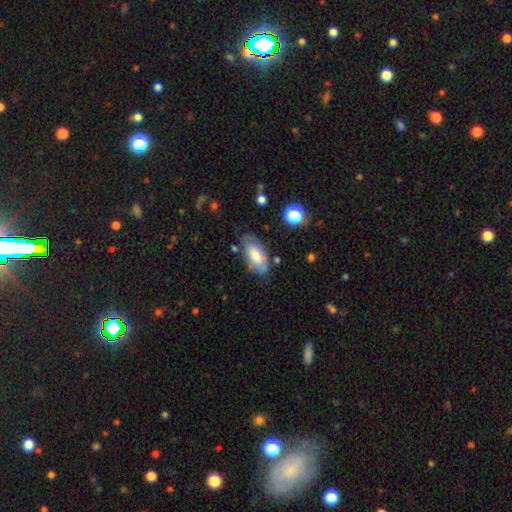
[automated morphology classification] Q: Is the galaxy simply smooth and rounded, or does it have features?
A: smooth — 70%.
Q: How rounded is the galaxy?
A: in between — 91%.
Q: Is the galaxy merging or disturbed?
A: none — 69%.